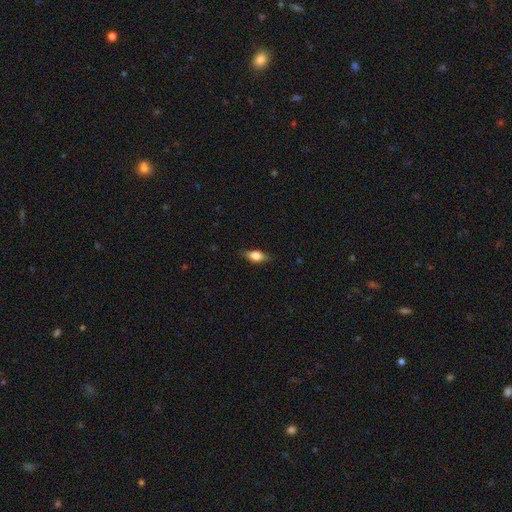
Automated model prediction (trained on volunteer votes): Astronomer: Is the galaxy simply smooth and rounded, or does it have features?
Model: smooth — 74%.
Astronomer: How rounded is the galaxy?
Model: in between — 81%.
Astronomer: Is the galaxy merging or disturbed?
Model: none — 81%.